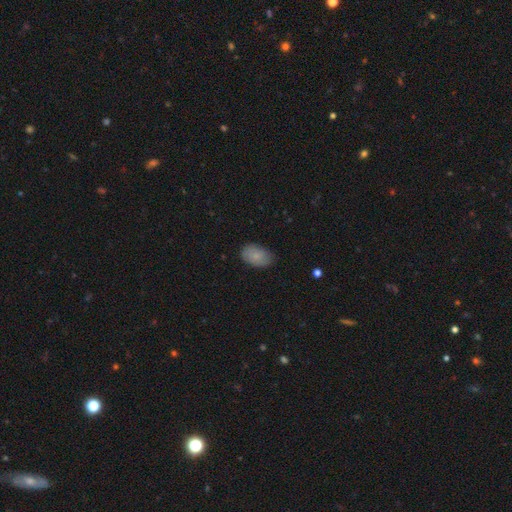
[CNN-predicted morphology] Smooth or featured? Predicted: smooth (p=0.82). How rounded? Predicted: in between (p=0.91). Merging? Predicted: none (p=0.79).